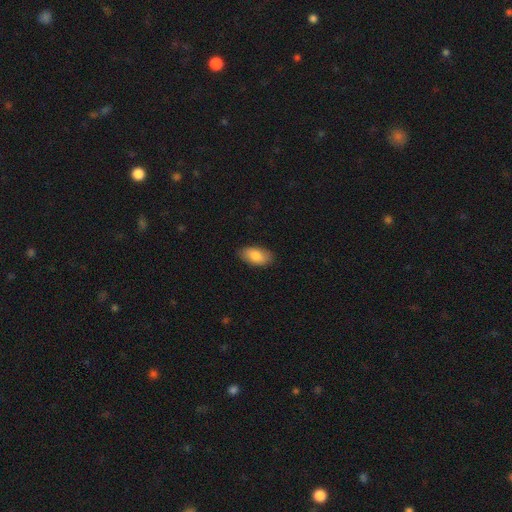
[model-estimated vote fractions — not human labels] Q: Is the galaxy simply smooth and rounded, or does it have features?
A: smooth — 83%.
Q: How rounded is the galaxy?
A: in between — 94%.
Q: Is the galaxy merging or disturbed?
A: none — 85%.